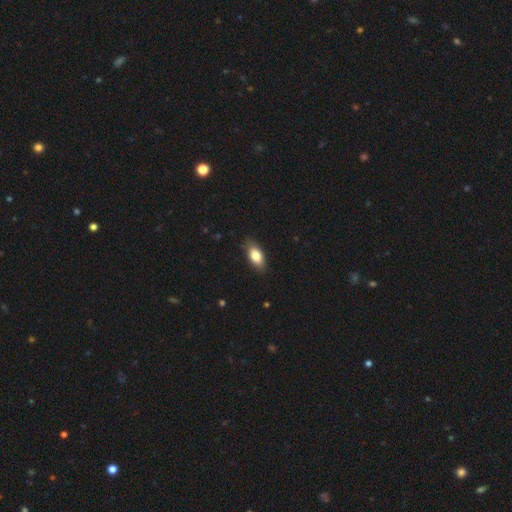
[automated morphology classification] smooth_or_featured: smooth (p=0.81) [alt: featured or disk p=0.12]
how_rounded: in between (p=0.88) [alt: cigar-shaped p=0.08]
merging: none (p=0.85) [alt: minor disturbance p=0.12]